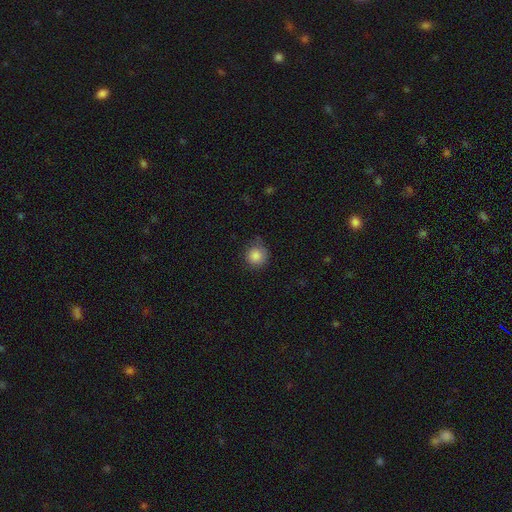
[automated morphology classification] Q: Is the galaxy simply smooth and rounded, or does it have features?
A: smooth — 86%.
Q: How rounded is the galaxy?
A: round — 93%.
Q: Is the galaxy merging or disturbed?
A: none — 75%.